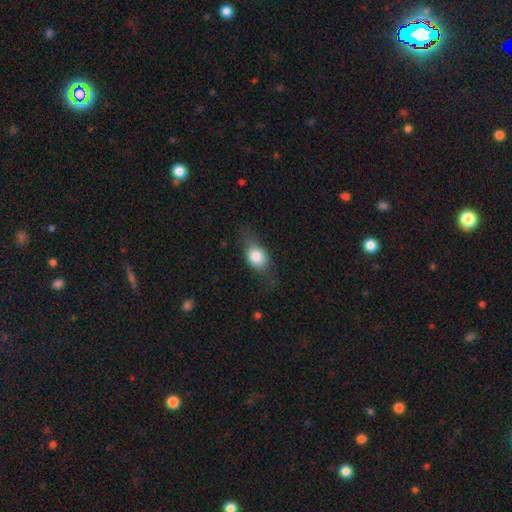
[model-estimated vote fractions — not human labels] smooth_or_featured: smooth (p=0.78) [alt: featured or disk p=0.14]
how_rounded: in between (p=0.66) [alt: round p=0.31]
merging: none (p=0.59) [alt: minor disturbance p=0.26]